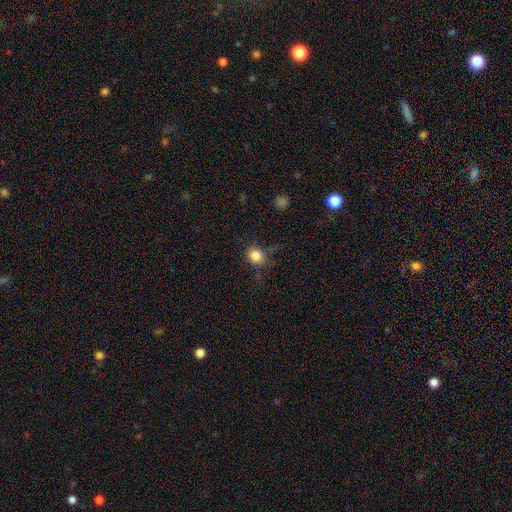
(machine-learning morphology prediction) This is clearly a smooth galaxy (84%). How rounded: likely round (77%). Merging: likely none (73%).